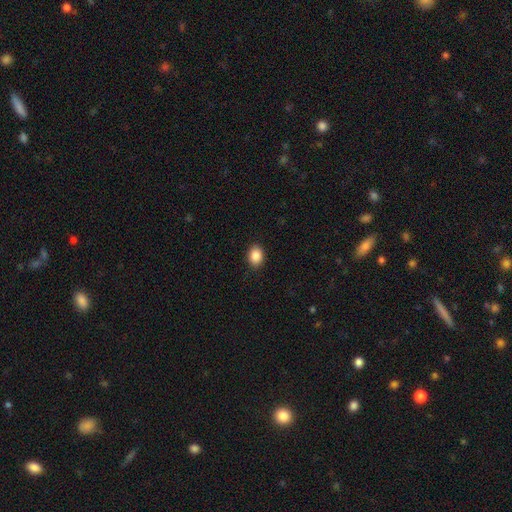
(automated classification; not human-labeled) A smooth galaxy with no disk features (88%) that is in between round and cigar-shaped (61%). Merging: none (90%).